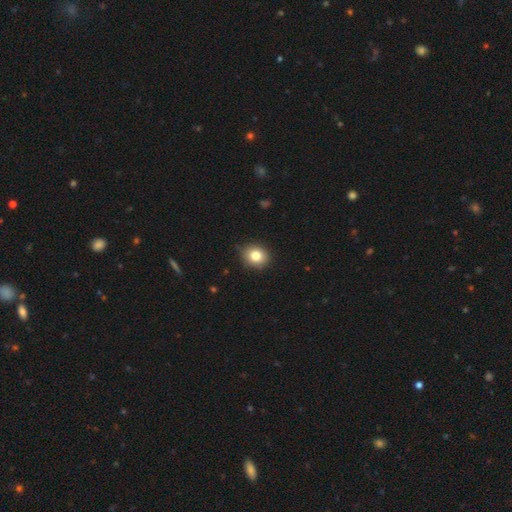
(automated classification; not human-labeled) A smooth galaxy with no disk features (81%) that is round (73%).

Vote fractions:
- Smooth or featured? smooth: 81% / star or artifact: 10% / featured or disk: 9%
- How rounded? round: 73% / in between: 26% / cigar-shaped: 1%
- Merging? none: 85% / minor disturbance: 12% / major disturbance: 2% / merger: 1%